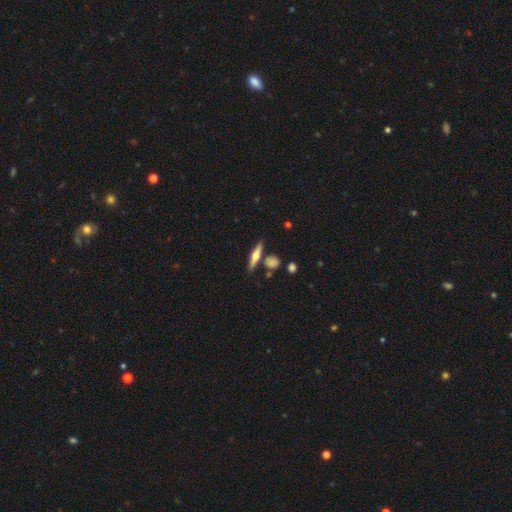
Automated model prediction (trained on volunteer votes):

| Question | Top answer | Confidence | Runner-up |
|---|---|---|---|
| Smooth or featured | featured or disk | 56% | smooth (37%) |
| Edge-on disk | yes | 95% | no (5%) |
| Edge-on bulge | rounded | 91% | boxy (5%) |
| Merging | none | 78% | minor disturbance (10%) |